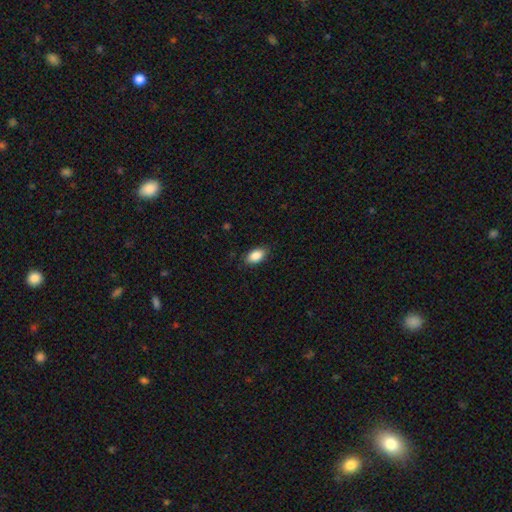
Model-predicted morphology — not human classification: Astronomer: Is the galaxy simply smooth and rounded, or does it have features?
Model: smooth — 88%.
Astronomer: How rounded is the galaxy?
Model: in between — 92%.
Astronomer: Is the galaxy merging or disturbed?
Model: none — 85%.